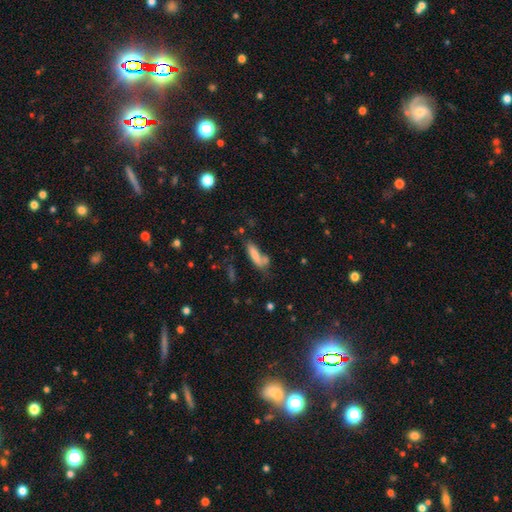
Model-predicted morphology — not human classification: smooth-or-featured: smooth: 77% | featured or disk: 14% | star or artifact: 9%
  how-rounded: cigar-shaped: 62% | in between: 36% | round: 2%
  merging: none: 51% | merger: 21% | minor disturbance: 19% | major disturbance: 9%